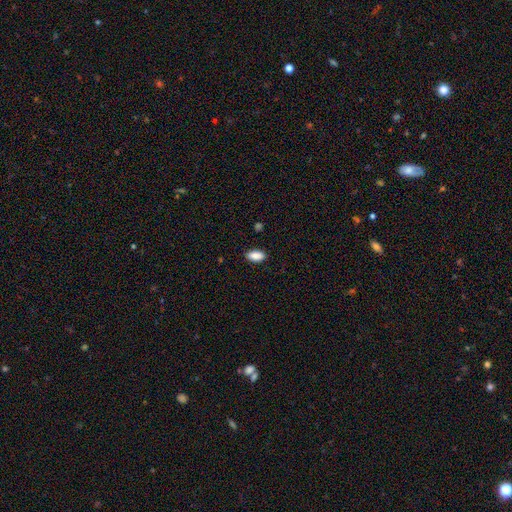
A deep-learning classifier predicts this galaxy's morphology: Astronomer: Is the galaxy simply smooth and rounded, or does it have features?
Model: smooth — 89%.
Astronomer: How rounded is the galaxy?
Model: in between — 91%.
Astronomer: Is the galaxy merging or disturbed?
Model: none — 87%.